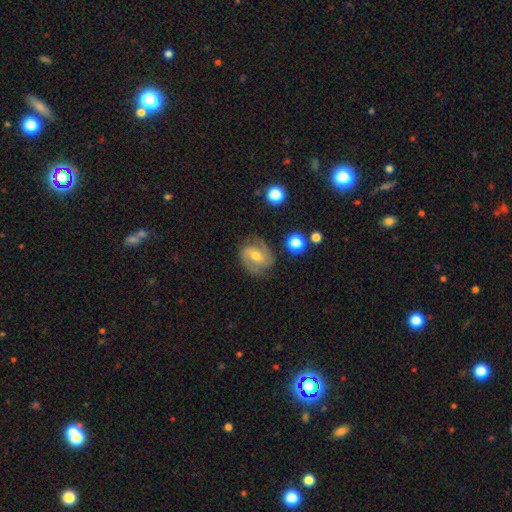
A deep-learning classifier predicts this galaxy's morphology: Smooth or featured? featured or disk (77%)
Edge-on disk? no (97%)
Bar? weak (46%)
Spiral arms? yes (93%)
Spiral winding? medium (47%)
Spiral arm count? 2 (81%)
Bulge size? moderate (65%)
Merging? none (76%)